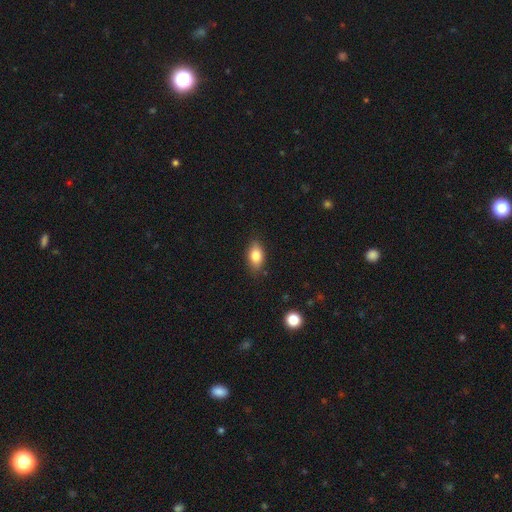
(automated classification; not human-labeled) Morphology: type=smooth (81%); roundness=in between (87%); merging=none (83%).